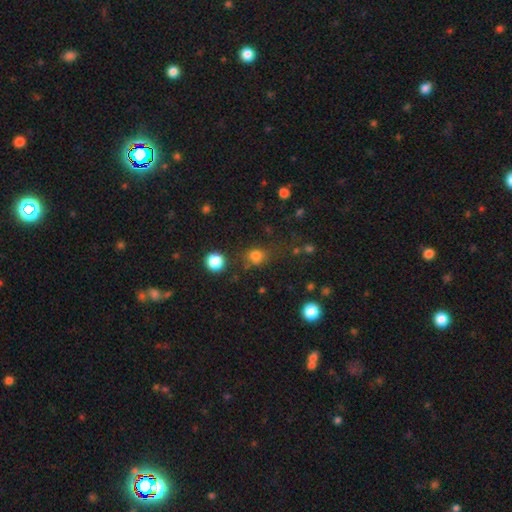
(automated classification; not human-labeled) Smooth or featured? Predicted: smooth (p=0.77). How rounded? Predicted: round (p=0.70). Merging? Predicted: none (p=0.67).